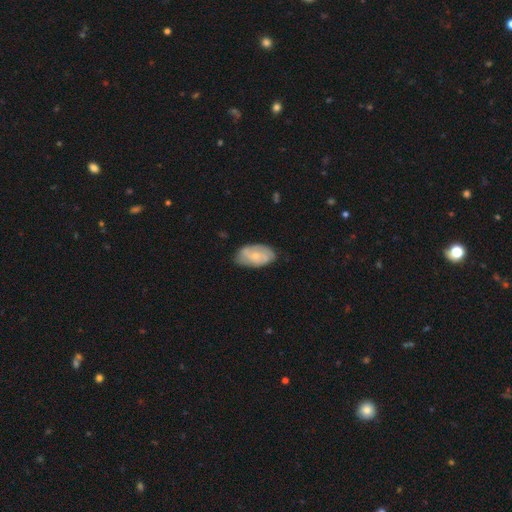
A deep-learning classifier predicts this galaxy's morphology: Smooth or featured? Predicted: featured or disk (p=0.51). Edge-on disk? Predicted: no (p=0.95). Merging? Predicted: none (p=0.72).